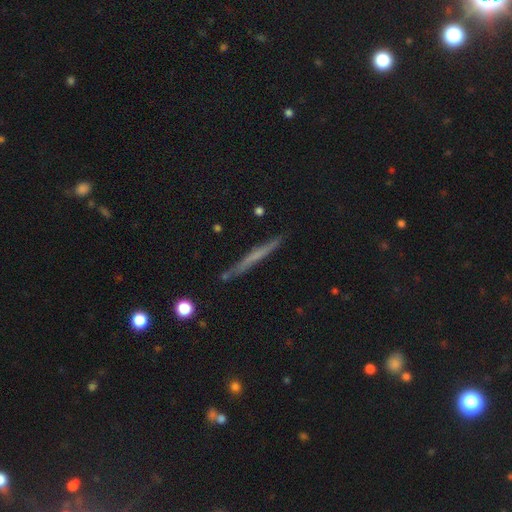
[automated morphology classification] Smooth or featured? Predicted: featured or disk (p=0.48). Merging? Predicted: none (p=0.86).